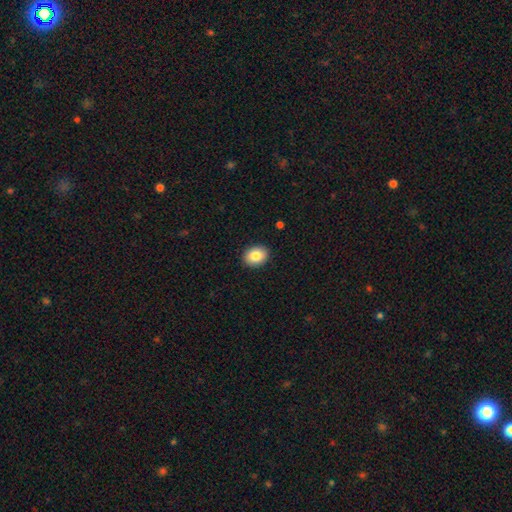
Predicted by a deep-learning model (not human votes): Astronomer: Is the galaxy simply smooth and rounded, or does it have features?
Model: smooth — 85%.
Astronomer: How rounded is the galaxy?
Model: in between — 59% (runner-up: round, 40%).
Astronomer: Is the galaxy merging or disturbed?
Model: none — 91%.